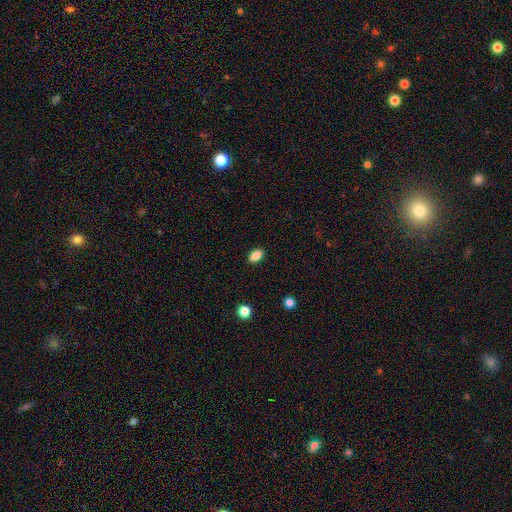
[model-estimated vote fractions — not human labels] A smooth galaxy with no disk features (86%) that is in between round and cigar-shaped (86%). Merging: none (89%).